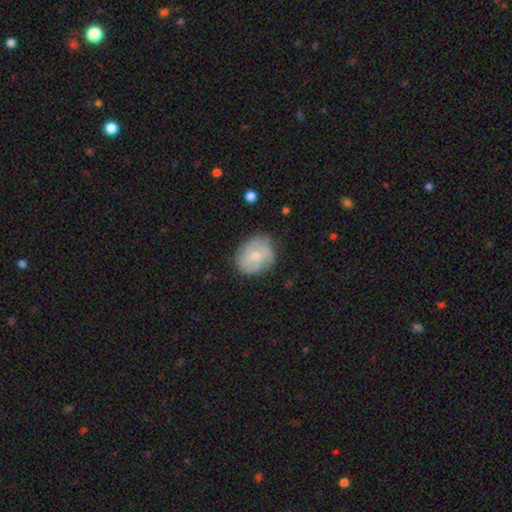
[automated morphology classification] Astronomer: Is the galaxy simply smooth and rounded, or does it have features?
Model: smooth — 56% (runner-up: featured or disk, 37%).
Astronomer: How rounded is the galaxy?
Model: round — 61% (runner-up: in between, 38%).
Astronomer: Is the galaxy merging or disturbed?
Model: none — 72%.